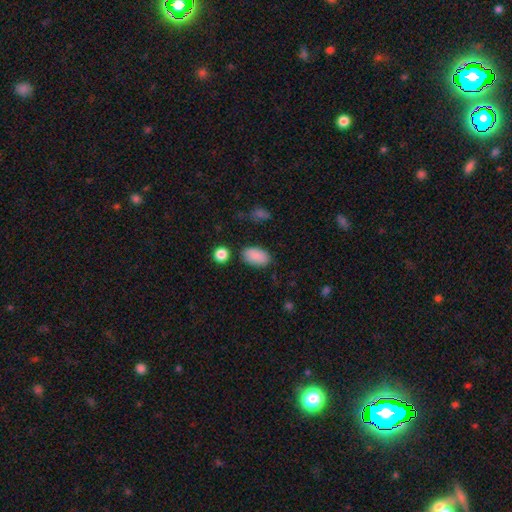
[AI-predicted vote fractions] A smooth galaxy with no disk features (89%) that is in between round and cigar-shaped (93%).

Vote fractions:
- Smooth or featured? smooth: 89% / star or artifact: 7% / featured or disk: 4%
- How rounded? in between: 93% / round: 5% / cigar-shaped: 2%
- Merging? none: 82% / minor disturbance: 12% / merger: 3% / major disturbance: 3%